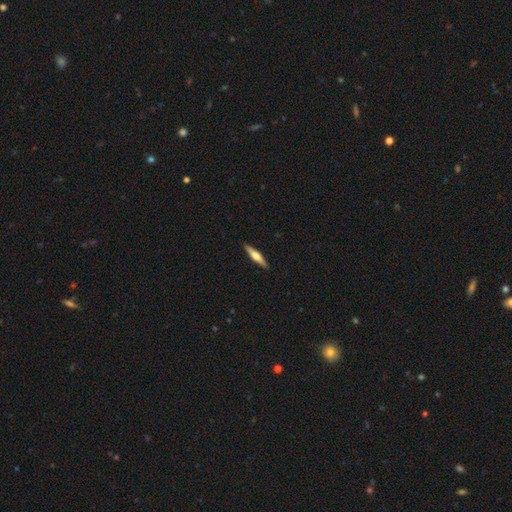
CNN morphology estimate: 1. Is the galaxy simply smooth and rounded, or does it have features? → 57% featured or disk, 38% smooth, 5% star or artifact.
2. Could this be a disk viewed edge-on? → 97% yes, 3% no.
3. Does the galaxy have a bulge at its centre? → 84% rounded, 12% boxy, 5% none.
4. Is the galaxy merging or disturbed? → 91% none, 7% minor disturbance, 1% major disturbance, 1% merger.